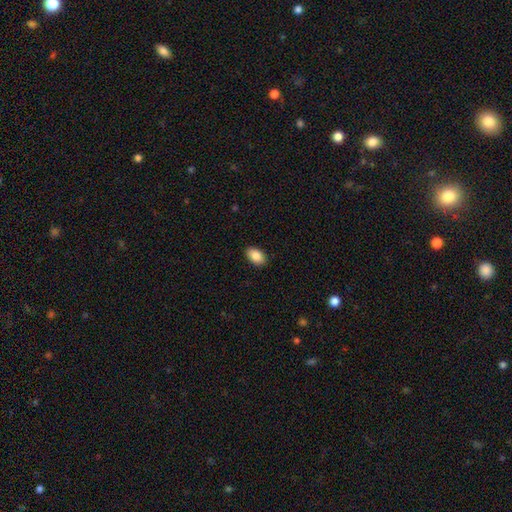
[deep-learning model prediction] smooth_or_featured: smooth (p=0.88) [alt: star or artifact p=0.07]
how_rounded: in between (p=0.90) [alt: round p=0.09]
merging: none (p=0.89) [alt: minor disturbance p=0.08]